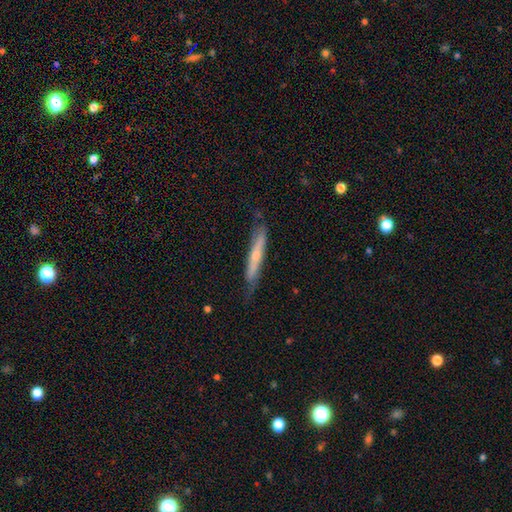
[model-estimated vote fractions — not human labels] Smooth or featured: featured or disk — 52% (smooth — 42%)
Edge-on disk: yes — 85% (no — 15%)
Merging: none — 70% (minor disturbance — 23%)